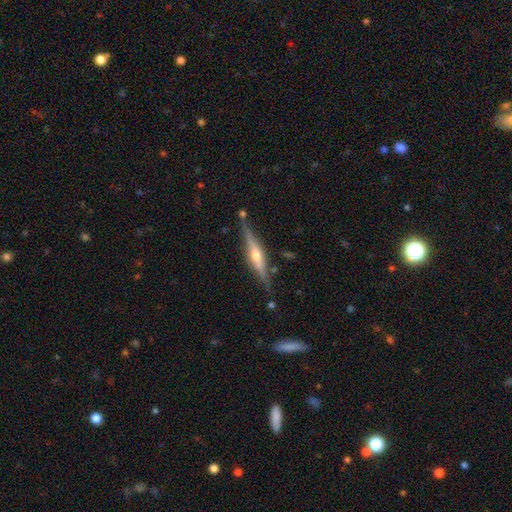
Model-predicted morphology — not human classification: Overall: featured or disk (79%). Edge-on disk: yes (97%). Edge-on bulge: rounded (92%). Merging: none (83%).